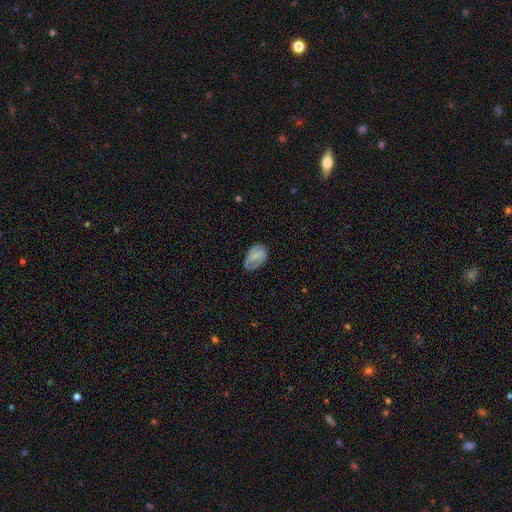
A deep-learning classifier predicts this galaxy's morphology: Smooth or featured? Predicted: smooth (p=0.65). How rounded? Predicted: in between (p=0.86). Merging? Predicted: none (p=0.57).